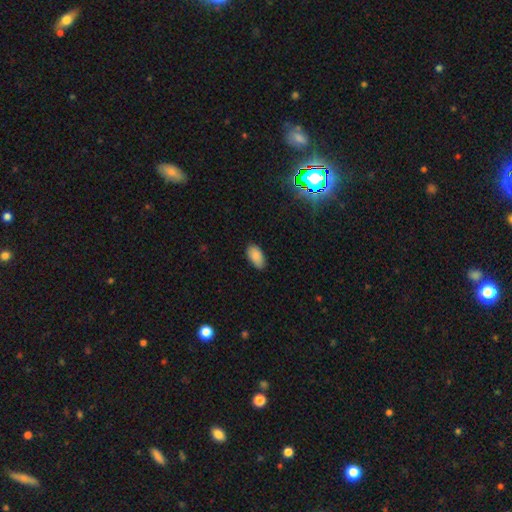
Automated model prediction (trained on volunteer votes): This appears to be a smooth galaxy with no disk features (87%) that is in between round and cigar-shaped (95%). Merging: none (85%).